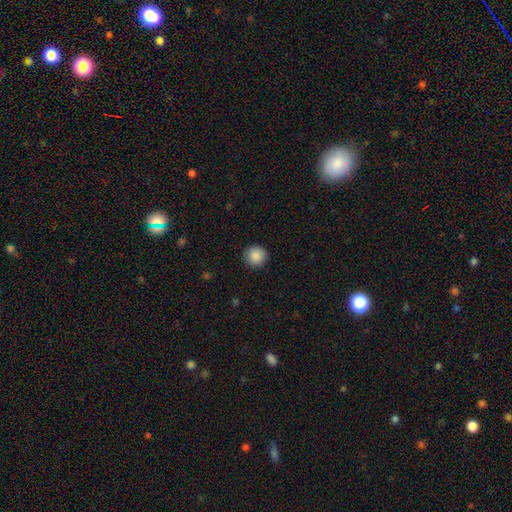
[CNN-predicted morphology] This appears to be a smooth galaxy with no disk features (88%) that is round (94%). Merging: none (91%).